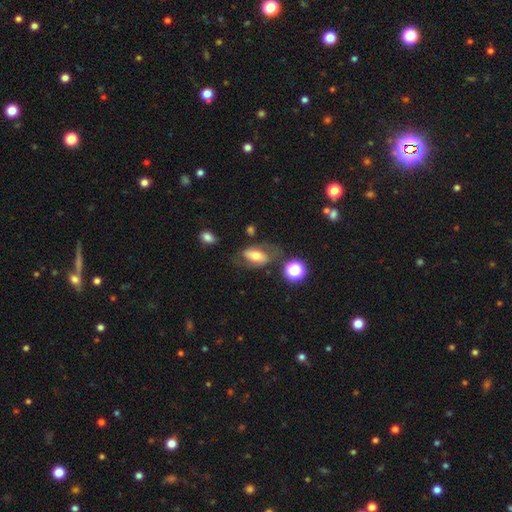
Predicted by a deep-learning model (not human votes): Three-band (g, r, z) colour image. It shows a featured or disk galaxy (46%). Merging: none (58%).